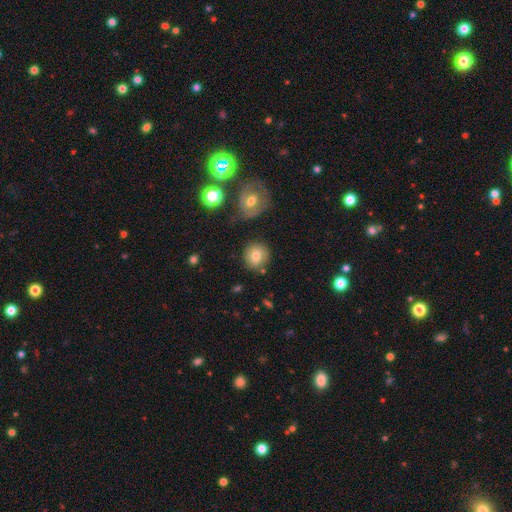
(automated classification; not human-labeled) Overall: smooth (76%). How rounded: round (85%). Merging: none (80%).